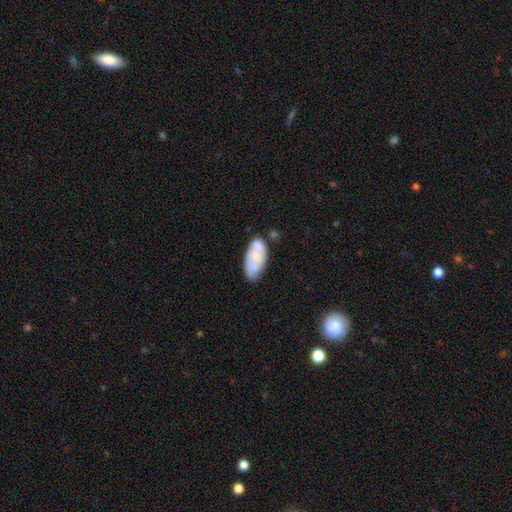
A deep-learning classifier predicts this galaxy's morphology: Smooth or featured? Predicted: smooth (p=0.59). How rounded? Predicted: in between (p=0.91). Merging? Predicted: none (p=0.54).